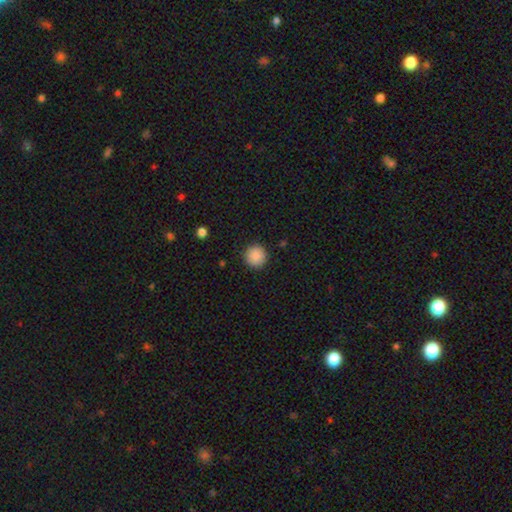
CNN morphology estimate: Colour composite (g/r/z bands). It shows a smooth galaxy with no disk features (89%) that is round (96%). Merging: none (92%).